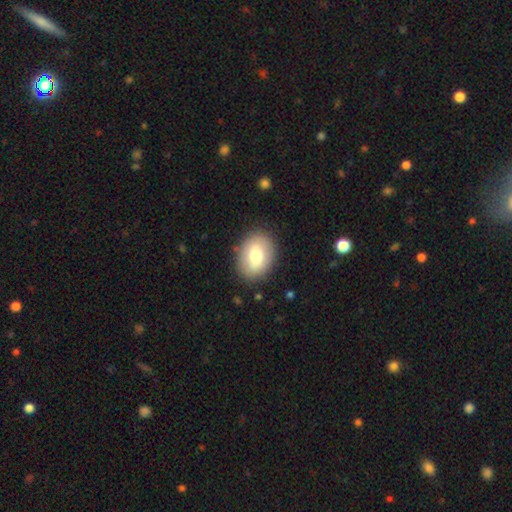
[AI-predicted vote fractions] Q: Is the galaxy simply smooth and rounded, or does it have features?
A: smooth — 73%.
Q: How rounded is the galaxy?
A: in between — 72%.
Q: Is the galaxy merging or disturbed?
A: none — 87%.